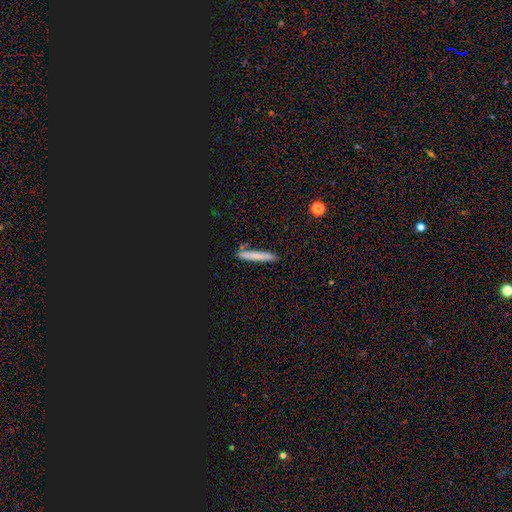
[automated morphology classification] Overall: smooth (74%). How rounded: cigar-shaped (94%). Merging: none (84%).